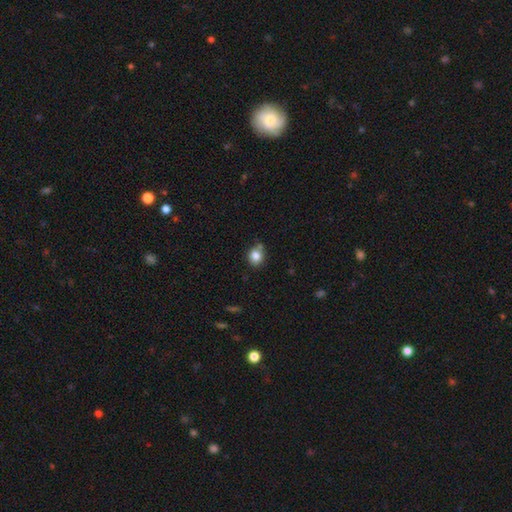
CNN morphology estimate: Smooth or featured? Predicted: smooth (p=0.83). How rounded? Predicted: round (p=0.74). Merging? Predicted: none (p=0.72).